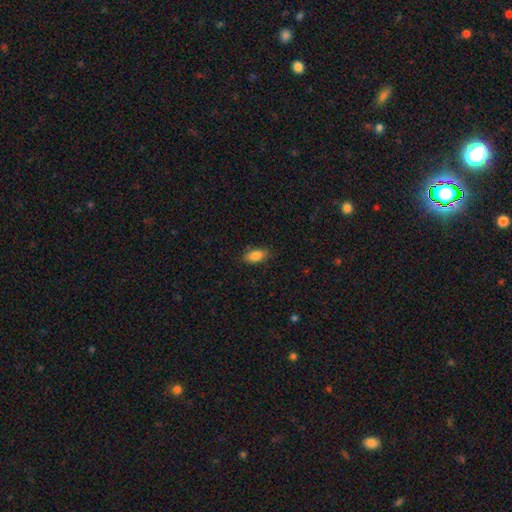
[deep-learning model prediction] smooth-or-featured: smooth: 85% | star or artifact: 8% | featured or disk: 8%
  how-rounded: in between: 90% | cigar-shaped: 6% | round: 4%
  merging: none: 84% | minor disturbance: 12% | major disturbance: 3% | merger: 1%